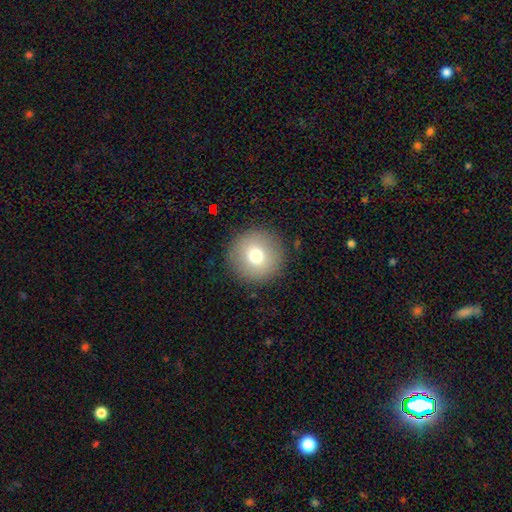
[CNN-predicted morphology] This appears to be a smooth galaxy with no disk features (75%) that is round (96%). Merging: none (91%).